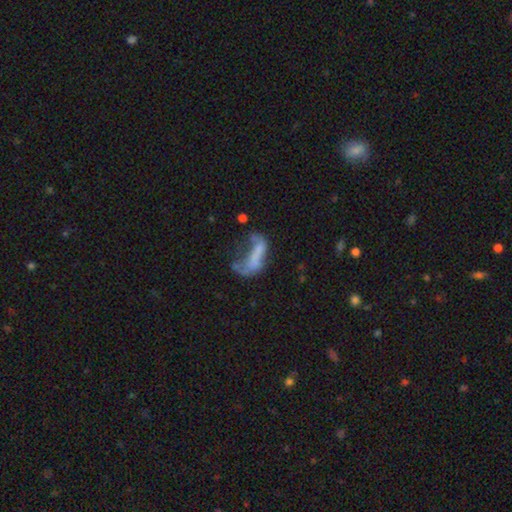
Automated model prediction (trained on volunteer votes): Smooth or featured?
  - smooth: 44% *
  - featured or disk: 42%
  - star or artifact: 15%
Merging?
  - major disturbance: 46% *
  - none: 21%
  - merger: 18%
  - minor disturbance: 15%